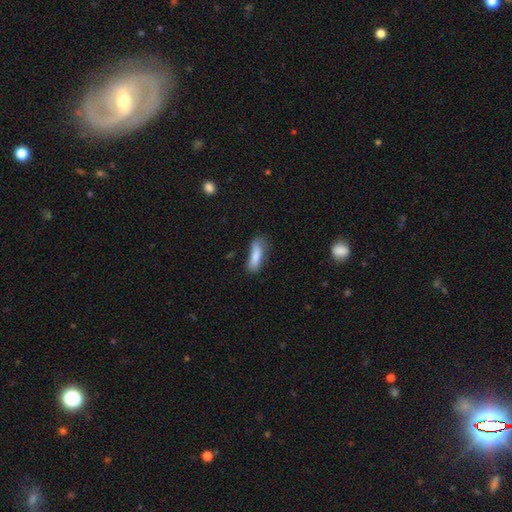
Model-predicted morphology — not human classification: This is clearly a smooth galaxy (81%). How rounded: possibly in between (53%). Merging: possibly none (52%).